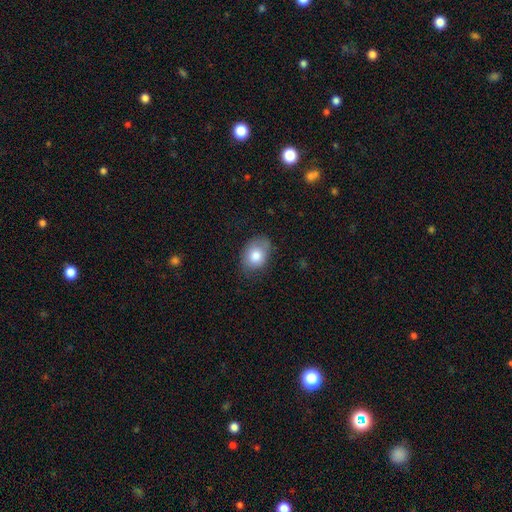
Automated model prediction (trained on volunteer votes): This is clearly a smooth galaxy (81%). How rounded: likely in between (71%). Merging: likely none (69%).